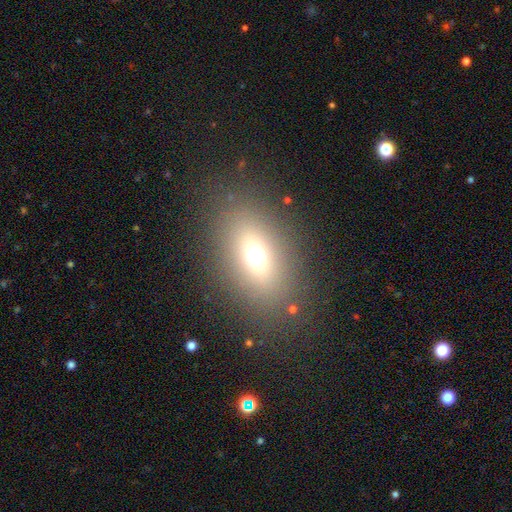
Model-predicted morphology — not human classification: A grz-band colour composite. It shows a smooth galaxy with no disk features (64%) that is in between round and cigar-shaped (74%). Merging: none (83%).